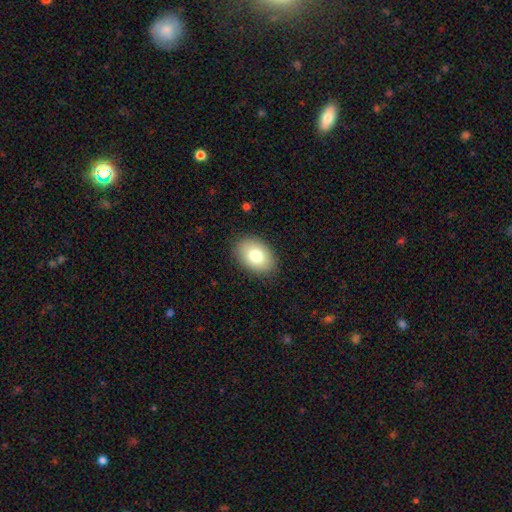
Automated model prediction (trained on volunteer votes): Smooth or featured: smooth — 79% (featured or disk — 13%)
How rounded: in between — 85% (round — 14%)
Merging: none — 88% (minor disturbance — 9%)